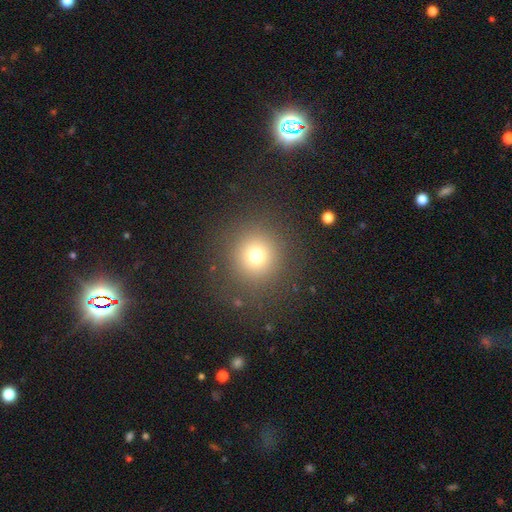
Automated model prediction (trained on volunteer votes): This is likely a smooth galaxy (73%). How rounded: clearly round (94%). Merging: clearly none (86%).